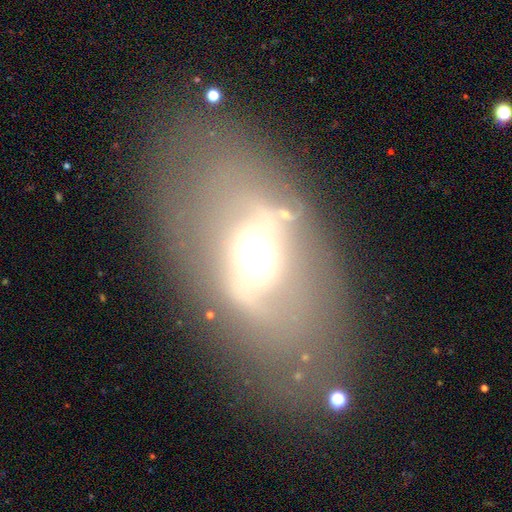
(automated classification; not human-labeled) This is possibly a featured or disk galaxy (59%). It is clearly not viewed edge-on (87%). Bar: marginally weak (38%). Spiral arm pattern: possibly no (58%). Central bulge: possibly moderate (54%). Merging: likely none (71%).